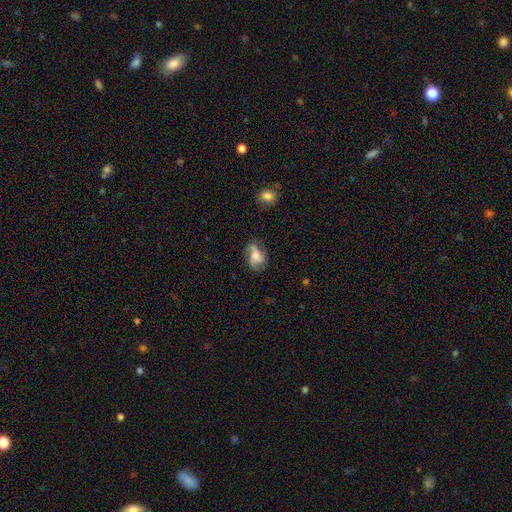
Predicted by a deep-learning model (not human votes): featured or disk 55%, smooth 36%, star or artifact 9%. Down the decision tree: edge-on disk — no (97%); bar — no (61%); spiral arms — yes (88%); bulge size — moderate (39%); merging — none (61%).